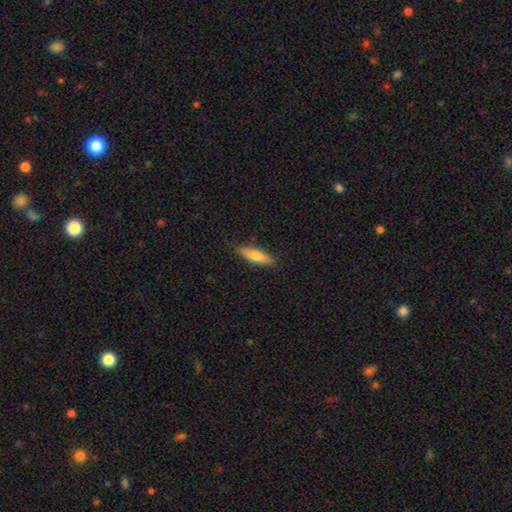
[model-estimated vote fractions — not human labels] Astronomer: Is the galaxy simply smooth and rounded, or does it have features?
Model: smooth — 69%.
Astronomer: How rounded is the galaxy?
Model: cigar-shaped — 66%.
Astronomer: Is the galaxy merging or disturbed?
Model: none — 88%.